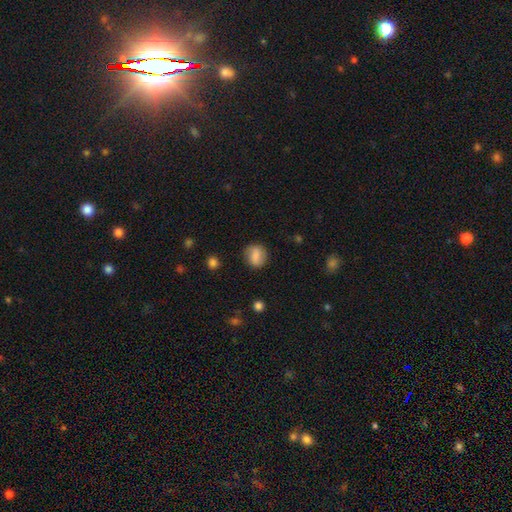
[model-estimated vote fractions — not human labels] Morphology: type=smooth (76%); roundness=round (69%); merging=none (80%).